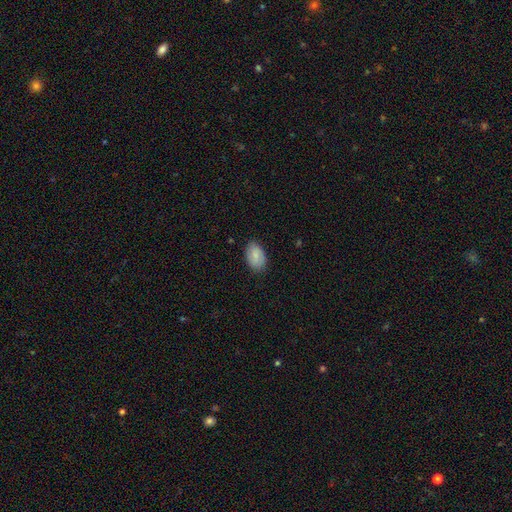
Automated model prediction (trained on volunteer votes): This is clearly a smooth galaxy (84%). How rounded: clearly in between (89%). Merging: clearly none (83%).